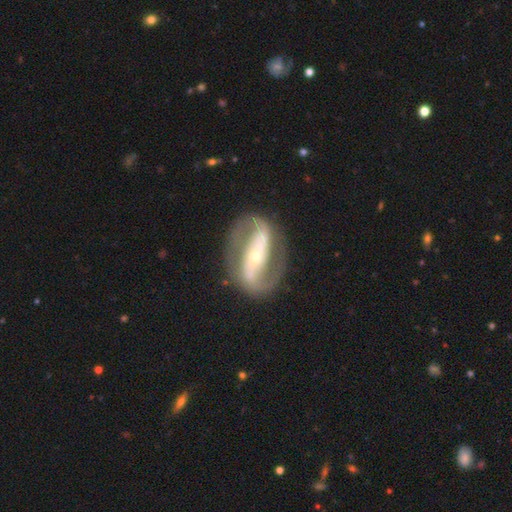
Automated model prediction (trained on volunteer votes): The model was most divided on "spiral winding": medium: 48%, loose: 29%, tight: 22%. More confident: edge-on disk — no (95%); spiral arms — yes (92%); spiral arm count — 2 (92%); smooth or featured — featured or disk (88%); merging — none (82%); bulge size — small (67%); bar — strong (64%).